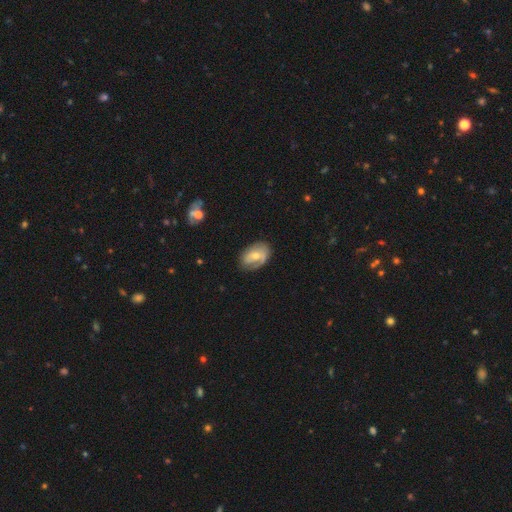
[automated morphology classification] Smooth or featured?
  - featured or disk: 58% *
  - smooth: 35%
  - star or artifact: 7%
Edge-on disk?
  - no: 95% *
  - yes: 5%
Bar?
  - no: 58% *
  - weak: 34%
  - strong: 9%
Spiral arms?
  - yes: 74% *
  - no: 26%
Bulge size?
  - moderate: 54% *
  - small: 41%
  - large: 2%
  - none: 2%
  - dominant: 1%
Merging?
  - none: 68% *
  - minor disturbance: 23%
  - major disturbance: 7%
  - merger: 2%